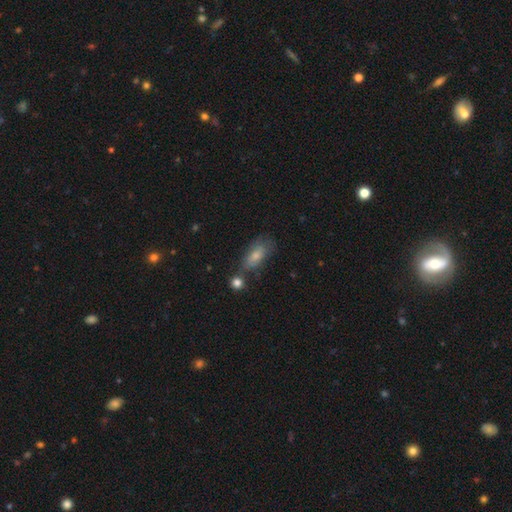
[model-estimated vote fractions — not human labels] A smooth galaxy with no disk features (74%) that is in between round and cigar-shaped (83%). Merging: none (51%).